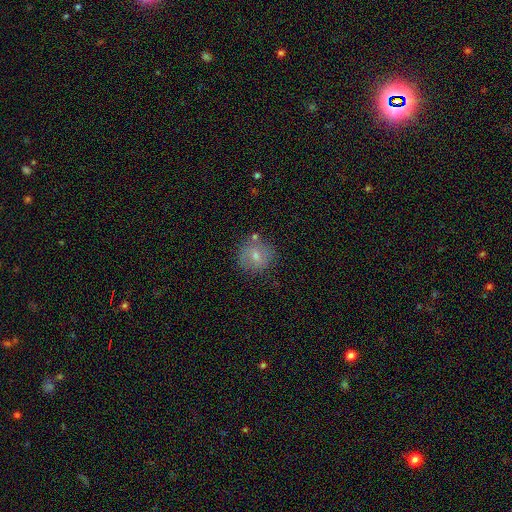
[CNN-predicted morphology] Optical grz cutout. It shows a smooth galaxy with no disk features (69%) that is round (88%). Merging: none (74%).